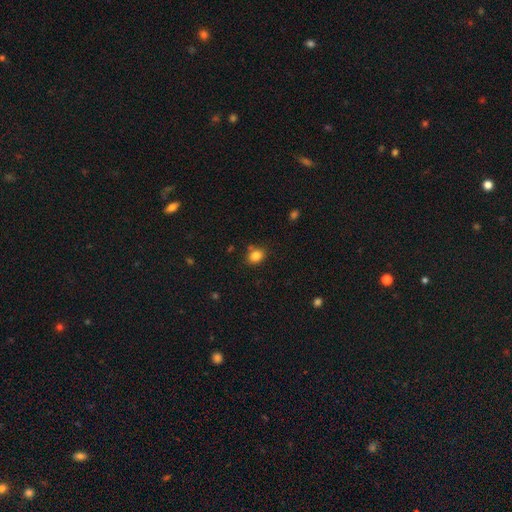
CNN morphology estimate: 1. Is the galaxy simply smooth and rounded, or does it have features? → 83% smooth, 11% star or artifact, 6% featured or disk.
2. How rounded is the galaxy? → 53% in between, 46% round, 1% cigar-shaped.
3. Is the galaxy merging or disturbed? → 77% none, 13% minor disturbance, 6% merger, 3% major disturbance.